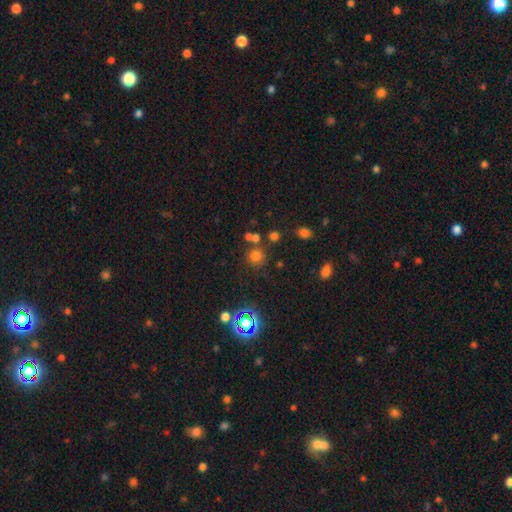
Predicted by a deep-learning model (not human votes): Overall: smooth (65%; star or artifact 27%). How rounded: round (90%). Merging: none (72%).